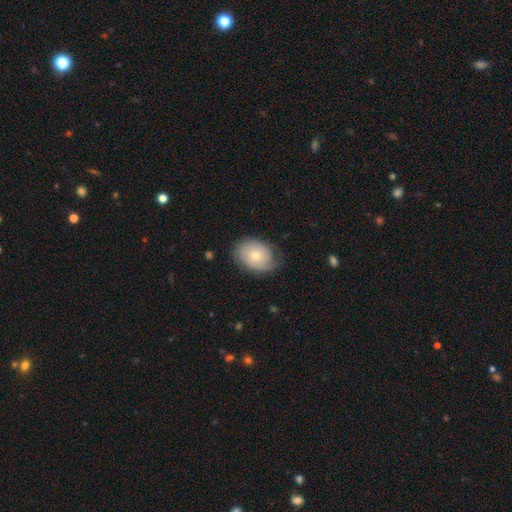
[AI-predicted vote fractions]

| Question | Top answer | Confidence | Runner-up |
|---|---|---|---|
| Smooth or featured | smooth | 49% | featured or disk (44%) |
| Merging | none | 68% | minor disturbance (24%) |